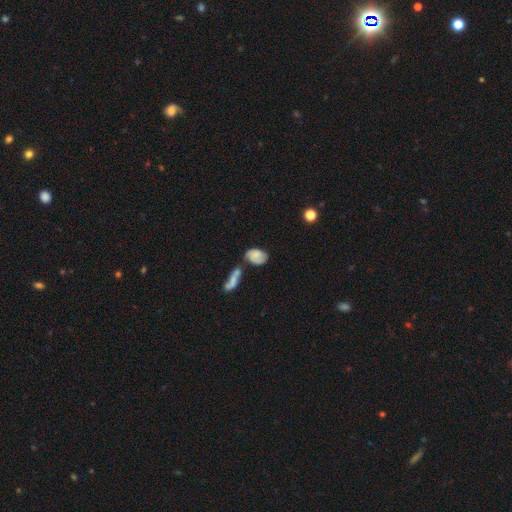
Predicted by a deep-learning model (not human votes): A smooth galaxy with no disk features (61%) that is in between round and cigar-shaped (83%).

Vote fractions:
- Smooth or featured? smooth: 61% / featured or disk: 30% / star or artifact: 9%
- How rounded? in between: 83% / round: 13% / cigar-shaped: 3%
- Merging? none: 43% / merger: 30% / minor disturbance: 18% / major disturbance: 9%